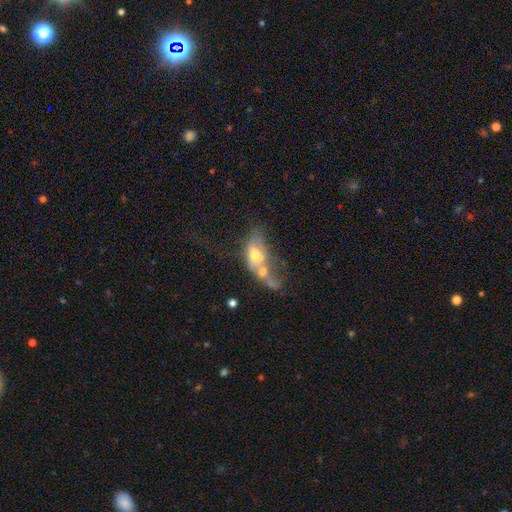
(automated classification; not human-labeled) smooth 47%, featured or disk 42%, star or artifact 10%. Down the decision tree: merging — merger (69%).